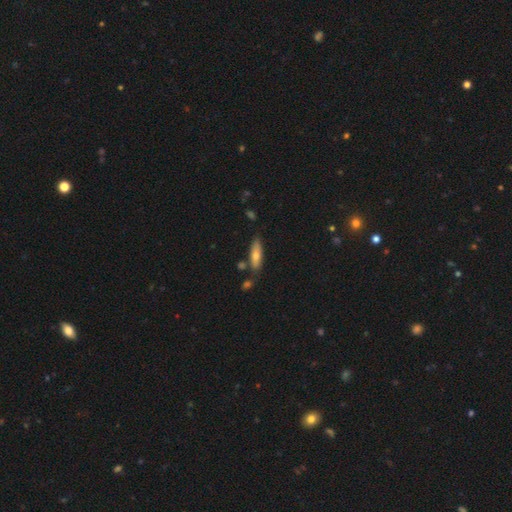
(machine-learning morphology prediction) Smooth or featured?
  - smooth: 62% *
  - featured or disk: 30%
  - star or artifact: 8%
How rounded?
  - cigar-shaped: 58% *
  - in between: 39%
  - round: 2%
Merging?
  - none: 77% *
  - minor disturbance: 14%
  - merger: 6%
  - major disturbance: 3%